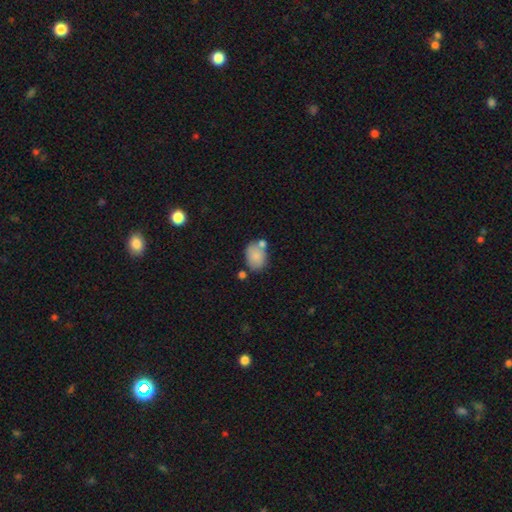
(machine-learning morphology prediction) Smooth or featured? smooth (81%)
How rounded? in between (73%)
Merging? none (57%)